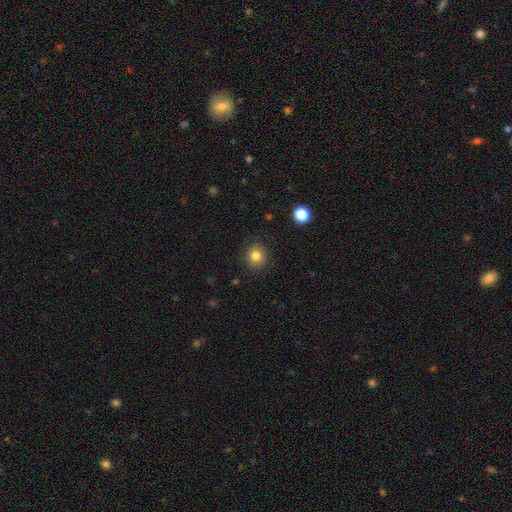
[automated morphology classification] type=smooth (82%); roundness=round (85%); merging=none (89%).